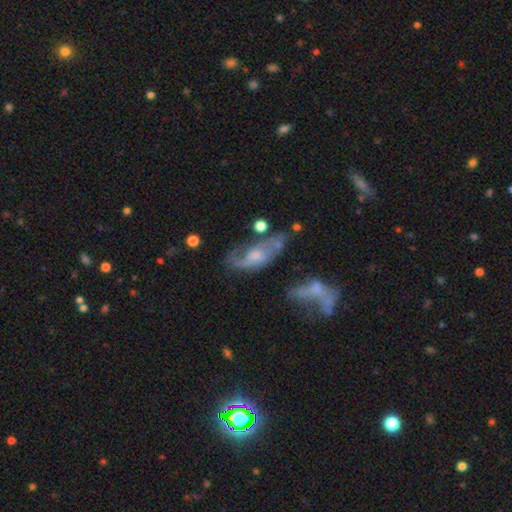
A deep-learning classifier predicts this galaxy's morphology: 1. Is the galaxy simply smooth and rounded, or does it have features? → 66% featured or disk, 26% smooth, 8% star or artifact.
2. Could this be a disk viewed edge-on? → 91% no, 9% yes.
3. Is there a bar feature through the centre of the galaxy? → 65% no, 30% weak, 5% strong.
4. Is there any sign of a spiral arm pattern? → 77% yes, 23% no.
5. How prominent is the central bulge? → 38% small, 35% moderate, 19% none, 6% large, 2% dominant.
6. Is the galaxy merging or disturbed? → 37% none, 26% major disturbance, 22% minor disturbance, 15% merger.